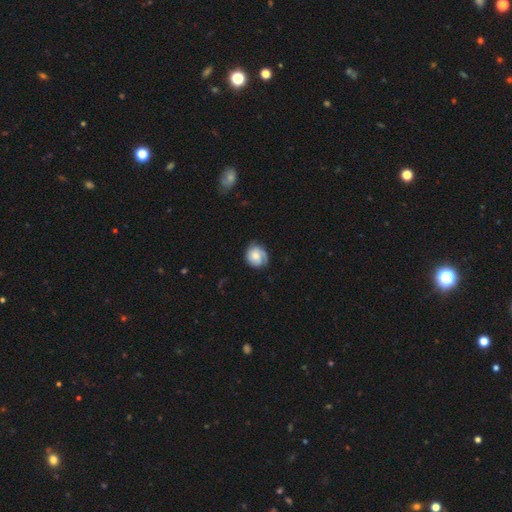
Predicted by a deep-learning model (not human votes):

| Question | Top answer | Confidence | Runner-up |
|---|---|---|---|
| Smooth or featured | featured or disk | 55% | smooth (38%) |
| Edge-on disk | no | 97% | yes (3%) |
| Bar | no | 65% | weak (29%) |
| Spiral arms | yes | 87% | no (13%) |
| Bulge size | moderate | 55% | small (32%) |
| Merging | none | 67% | minor disturbance (24%) |